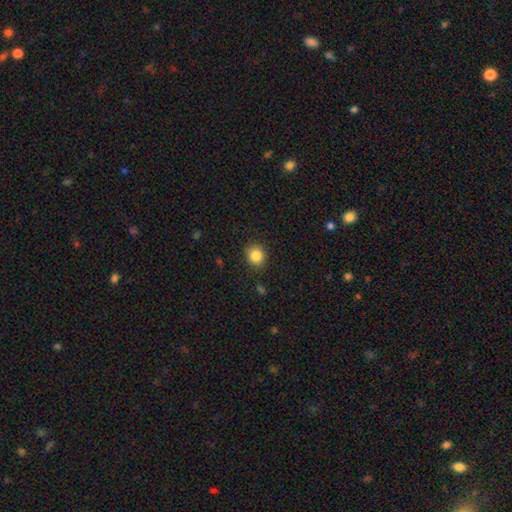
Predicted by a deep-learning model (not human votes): Smooth or featured?
  - smooth: 85% *
  - star or artifact: 10%
  - featured or disk: 5%
How rounded?
  - round: 77% *
  - in between: 23%
  - cigar-shaped: 1%
Merging?
  - none: 87% *
  - minor disturbance: 9%
  - major disturbance: 3%
  - merger: 1%